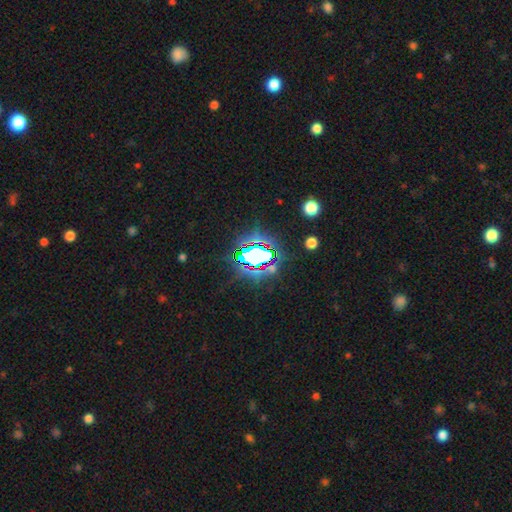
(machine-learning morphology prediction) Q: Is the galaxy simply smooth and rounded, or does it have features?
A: star or artifact — 69%.